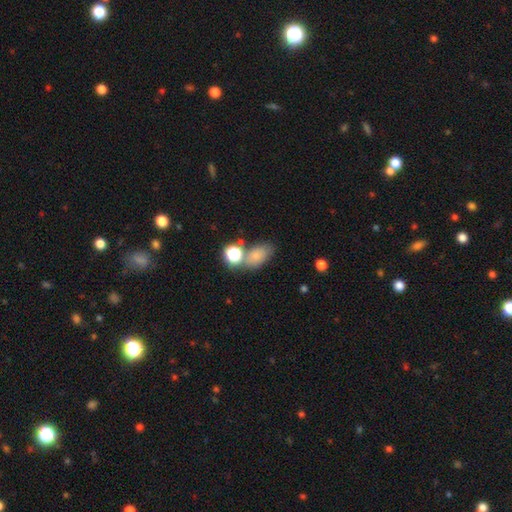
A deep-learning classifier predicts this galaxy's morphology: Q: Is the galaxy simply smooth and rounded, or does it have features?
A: smooth — 75%.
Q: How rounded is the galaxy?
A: in between — 82%.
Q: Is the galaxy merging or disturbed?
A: none — 53%.